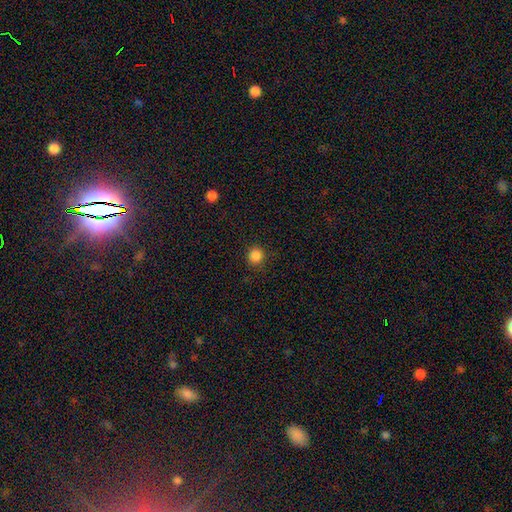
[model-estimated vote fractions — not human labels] Smooth or featured?
  - smooth: 85% *
  - star or artifact: 12%
  - featured or disk: 3%
How rounded?
  - round: 92% *
  - in between: 7%
  - cigar-shaped: 1%
Merging?
  - none: 89% *
  - minor disturbance: 7%
  - major disturbance: 2%
  - merger: 1%